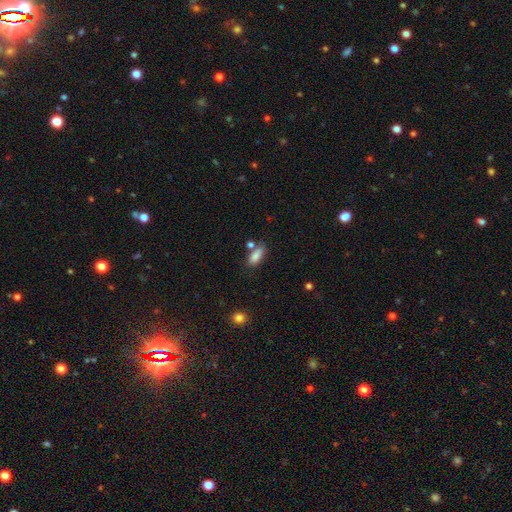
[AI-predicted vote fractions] Smooth or featured? smooth (84%)
How rounded? in between (84%)
Merging? none (63%)